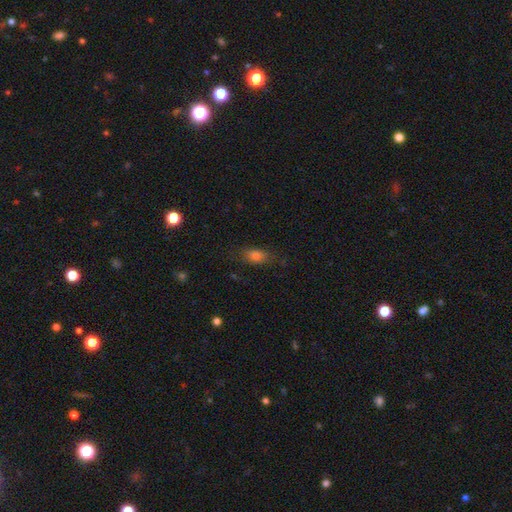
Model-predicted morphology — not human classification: This appears to be a smooth galaxy with no disk features (76%) that is in between round and cigar-shaped (78%). Merging: none (71%).